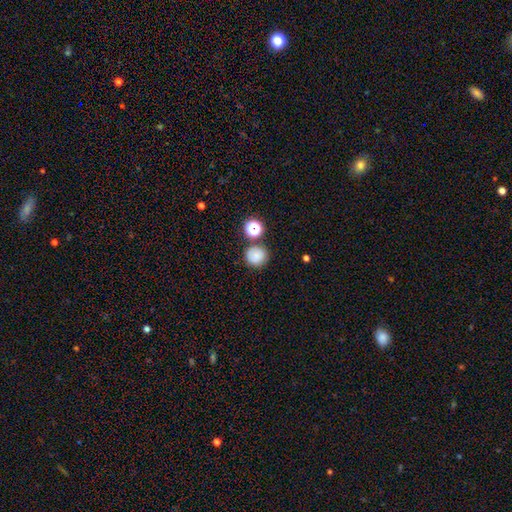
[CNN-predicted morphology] Smooth or featured: smooth — 79% (star or artifact — 14%)
How rounded: round — 90% (in between — 9%)
Merging: none — 77% (minor disturbance — 10%)